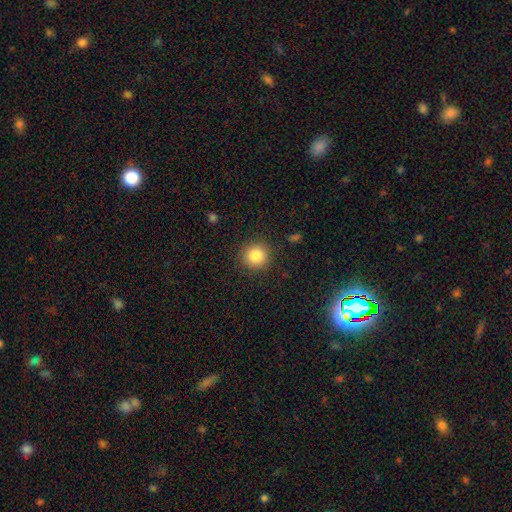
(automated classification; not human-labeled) smooth 83%, star or artifact 10%, featured or disk 6%. Down the decision tree: how rounded — round (93%); merging — none (90%).